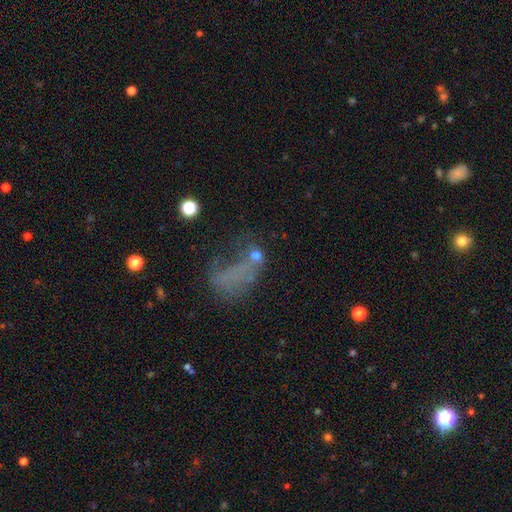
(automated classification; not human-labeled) smooth_or_featured: smooth (p=0.44) [alt: featured or disk p=0.35]
merging: major disturbance (p=0.48) [alt: merger p=0.22]